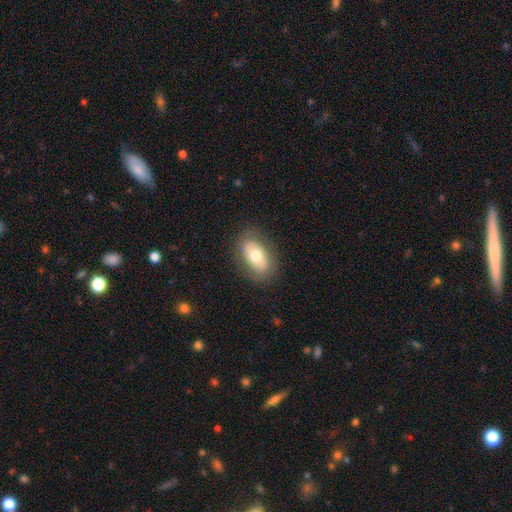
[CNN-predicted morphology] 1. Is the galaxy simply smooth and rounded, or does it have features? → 63% smooth, 30% featured or disk, 7% star or artifact.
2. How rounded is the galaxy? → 89% in between, 9% round, 2% cigar-shaped.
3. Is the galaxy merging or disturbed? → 82% none, 13% minor disturbance, 4% major disturbance, 1% merger.